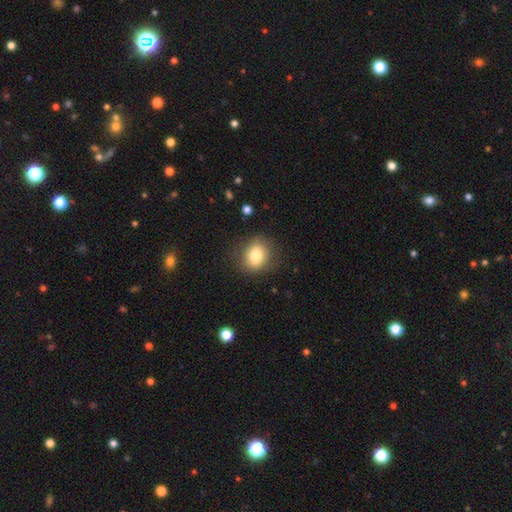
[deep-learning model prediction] Morphology: type=smooth (79%); roundness=round (64%); merging=none (82%).